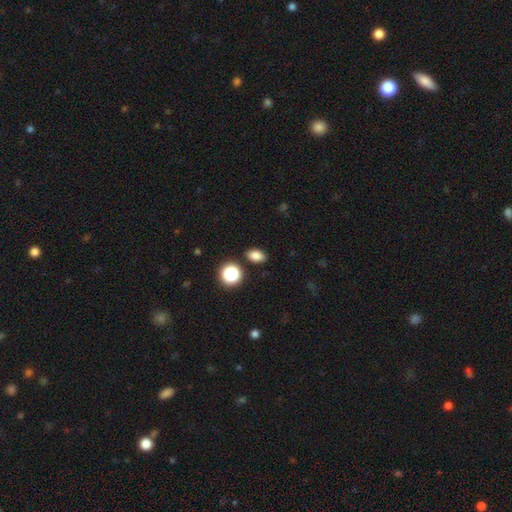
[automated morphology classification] Smooth or featured?
  - smooth: 81% *
  - star or artifact: 13%
  - featured or disk: 5%
How rounded?
  - in between: 81% *
  - round: 17%
  - cigar-shaped: 2%
Merging?
  - none: 86% *
  - minor disturbance: 8%
  - merger: 3%
  - major disturbance: 2%